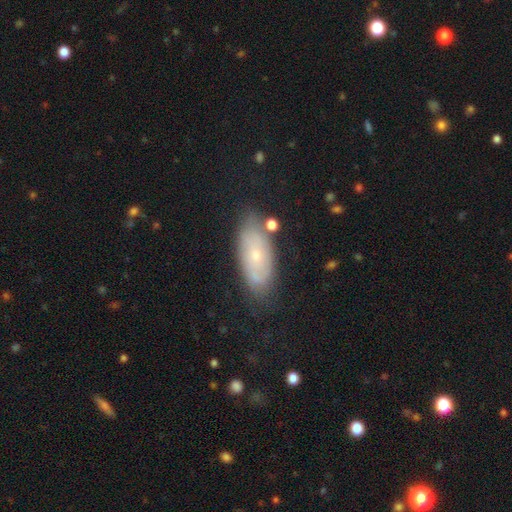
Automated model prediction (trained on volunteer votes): This is possibly a smooth galaxy (48%). Merging: likely none (72%).